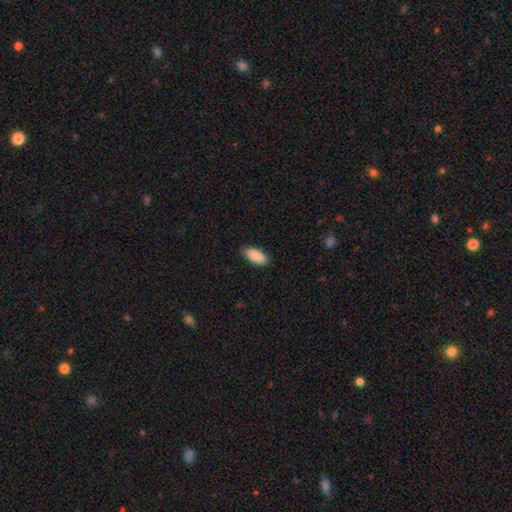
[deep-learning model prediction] This is clearly a smooth galaxy (89%). How rounded: clearly in between (92%). Merging: clearly none (86%).